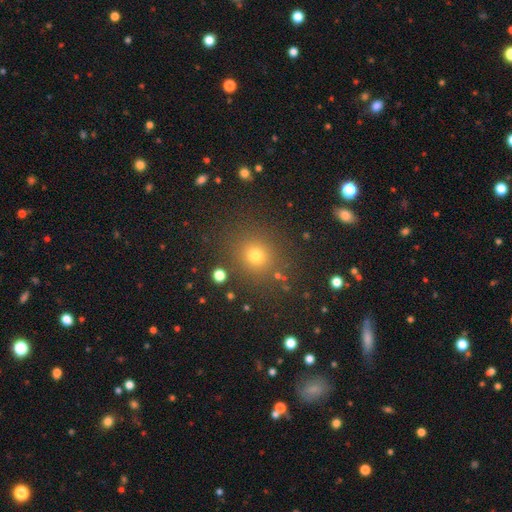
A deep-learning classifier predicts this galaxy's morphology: A smooth galaxy with no disk features (73%) that is round (86%). Merging: none (85%).